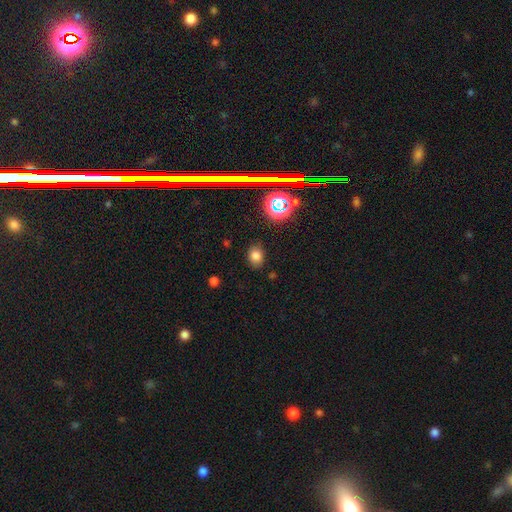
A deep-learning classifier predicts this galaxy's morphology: This appears to be a smooth galaxy with no disk features (76%) that is in between round and cigar-shaped (60%). Merging: none (83%).